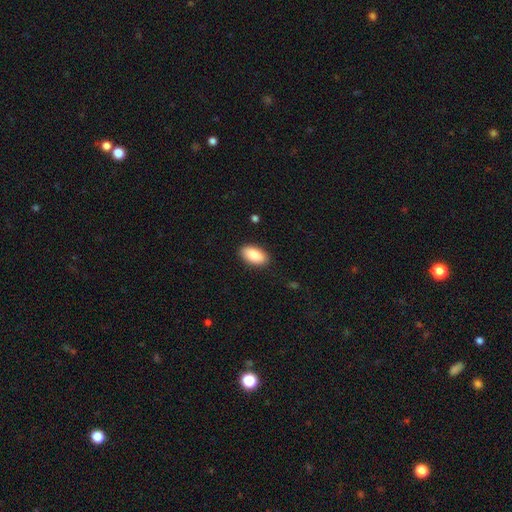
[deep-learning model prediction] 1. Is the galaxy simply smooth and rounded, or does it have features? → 88% smooth, 6% star or artifact, 6% featured or disk.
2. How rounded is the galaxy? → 94% in between, 4% cigar-shaped, 3% round.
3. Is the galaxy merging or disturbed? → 88% none, 8% minor disturbance, 2% major disturbance, 1% merger.